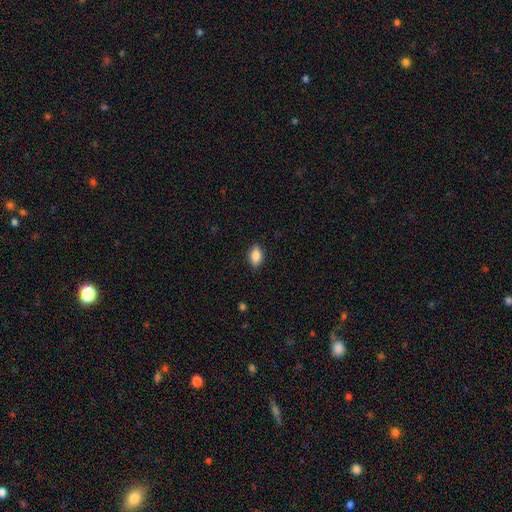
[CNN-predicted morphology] A smooth galaxy with no disk features (82%) that is in between round and cigar-shaped (86%). Merging: none (84%).